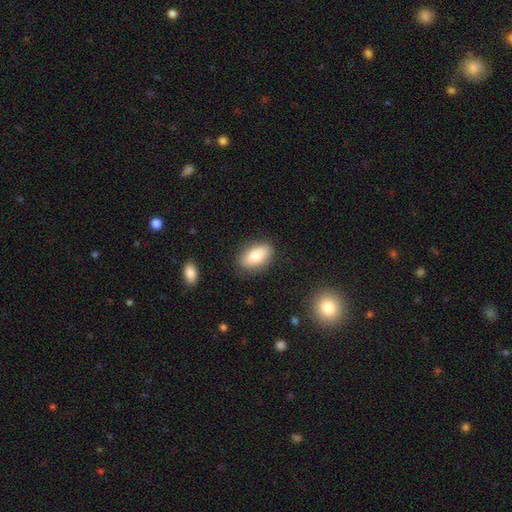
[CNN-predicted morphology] This appears to be a smooth galaxy with no disk features (82%) that is in between round and cigar-shaped (90%). Merging: none (84%).